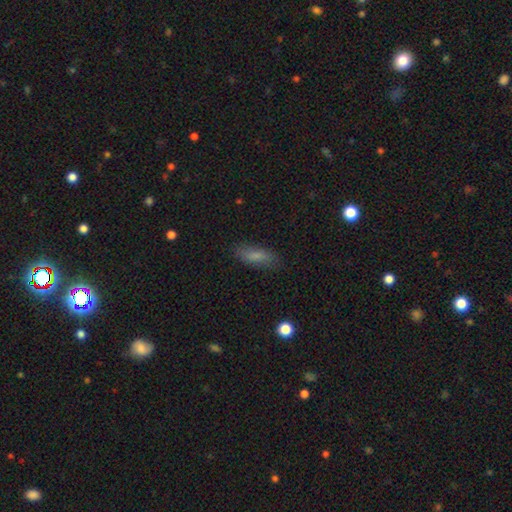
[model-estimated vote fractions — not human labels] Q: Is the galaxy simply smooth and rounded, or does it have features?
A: smooth — 79%.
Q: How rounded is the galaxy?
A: in between — 55%.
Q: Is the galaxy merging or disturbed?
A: none — 82%.